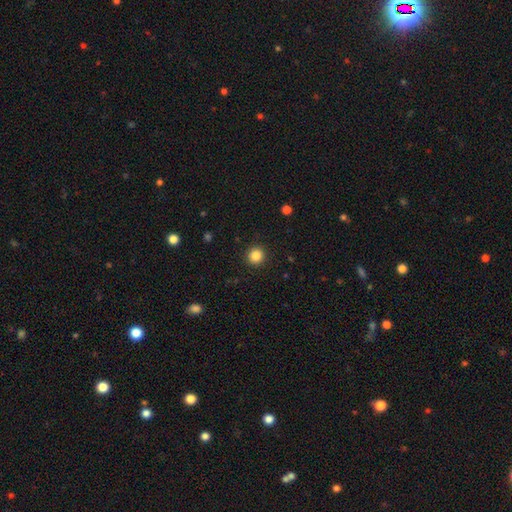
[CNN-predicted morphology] Overall: smooth (85%). How rounded: round (94%). Merging: none (92%).